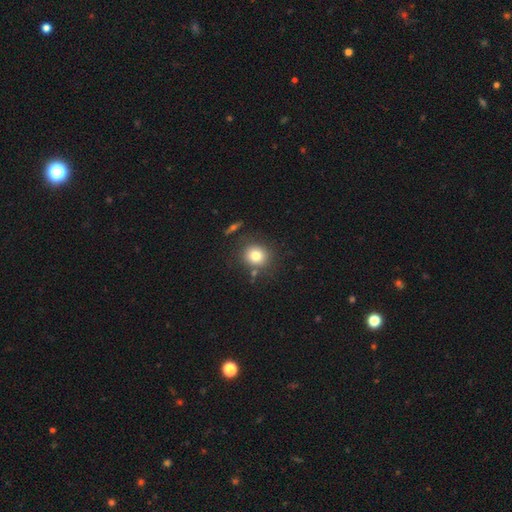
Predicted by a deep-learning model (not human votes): This appears to be a smooth galaxy with no disk features (79%) that is round (85%). Merging: none (81%).